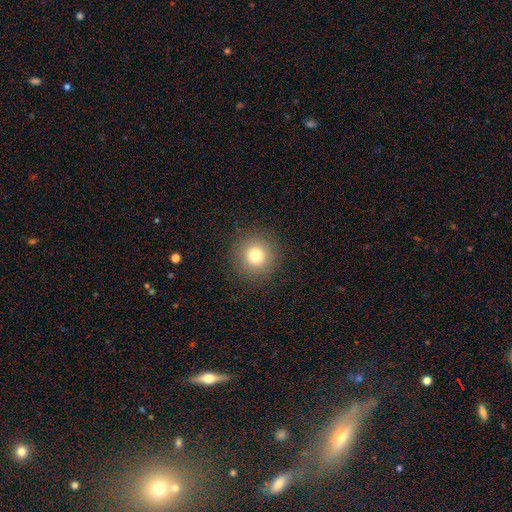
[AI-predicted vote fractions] Smooth or featured: smooth — 77% (star or artifact — 14%)
How rounded: round — 95% (in between — 5%)
Merging: none — 89% (minor disturbance — 7%)